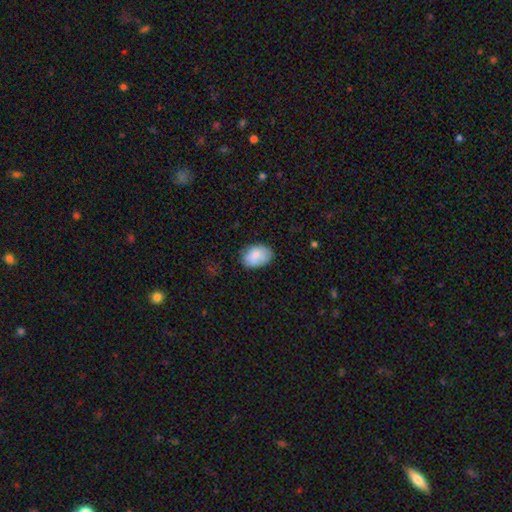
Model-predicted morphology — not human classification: This appears to be a smooth galaxy with no disk features (85%) that is in between round and cigar-shaped (83%). Merging: none (76%).